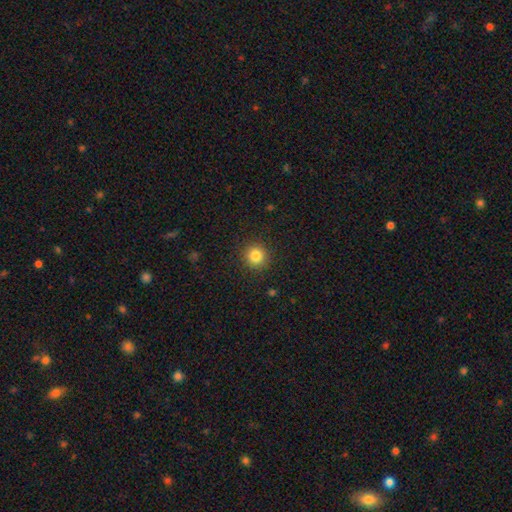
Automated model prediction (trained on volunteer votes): This is clearly a smooth galaxy (84%). How rounded: clearly round (93%). Merging: clearly none (91%).